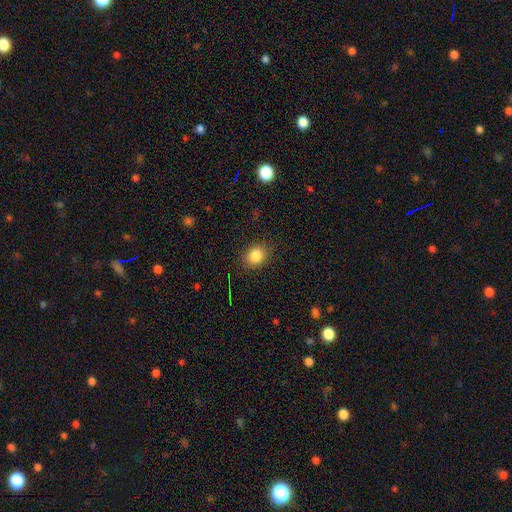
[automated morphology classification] A smooth galaxy with no disk features (84%) that is round (59%). Merging: none (88%).